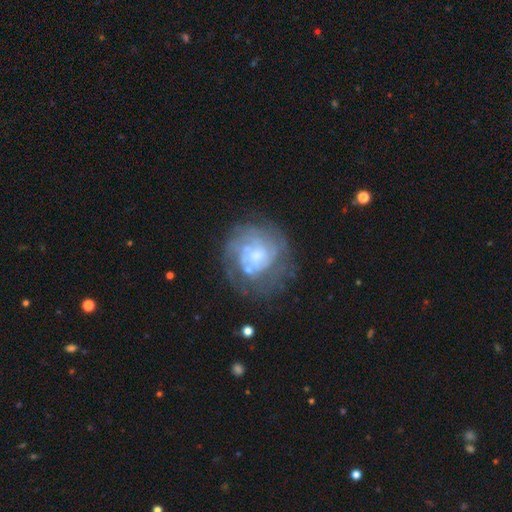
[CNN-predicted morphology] smooth-or-featured: featured or disk: 71% | smooth: 20% | star or artifact: 9%
  disk-edge-on: no: 98% | yes: 2%
    bar: no: 73% | weak: 23% | strong: 4%
    has-spiral-arms: yes: 76% | no: 24%
      spiral-winding: tight: 62% | medium: 27% | loose: 11%
      spiral-arm-count: can't tell: 54% | 2: 14% | 3: 13% | 4: 8% | 1: 6% | more than 4: 6%
    bulge-size: small: 40% | moderate: 29% | none: 21% | large: 8% | dominant: 2%
  merging: none: 64% | minor disturbance: 18% | major disturbance: 14% | merger: 4%